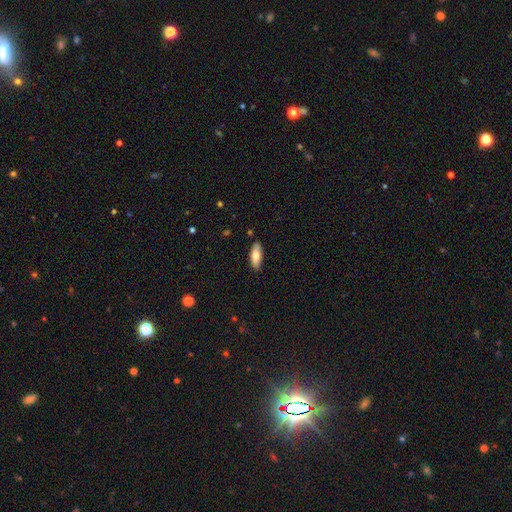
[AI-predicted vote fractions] smooth-or-featured: smooth: 77% | featured or disk: 17% | star or artifact: 6%
  how-rounded: in between: 70% | cigar-shaped: 28% | round: 2%
  merging: none: 86% | minor disturbance: 11% | major disturbance: 2% | merger: 1%